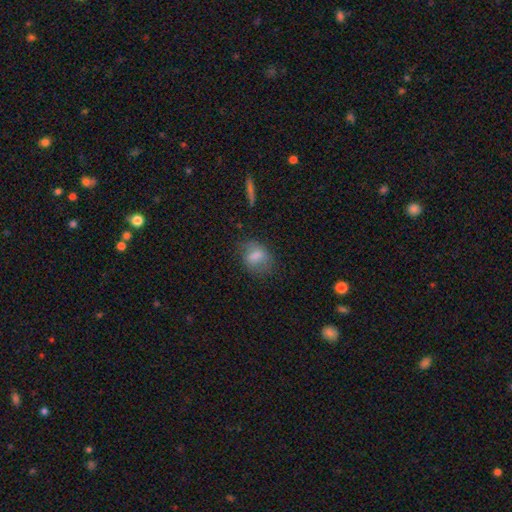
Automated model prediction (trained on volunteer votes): Smooth or featured? smooth (71%)
How rounded? in between (63%)
Merging? none (61%)